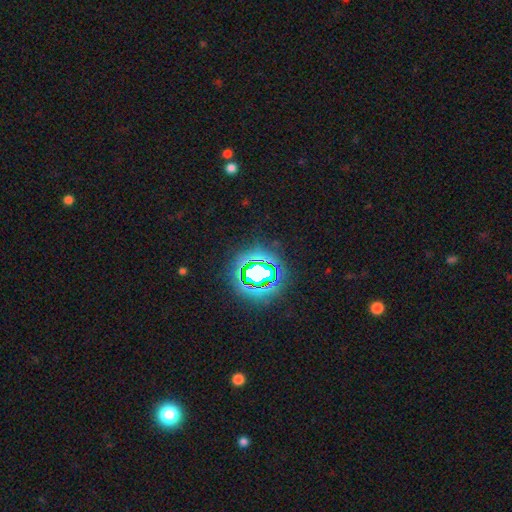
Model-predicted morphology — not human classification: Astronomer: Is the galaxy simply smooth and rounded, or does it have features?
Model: star or artifact — 81%.